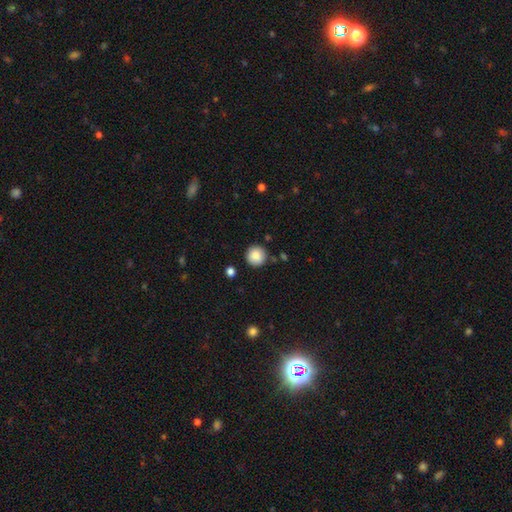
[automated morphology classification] smooth-or-featured: smooth: 87% | star or artifact: 8% | featured or disk: 4%
  how-rounded: round: 94% | in between: 5% | cigar-shaped: 1%
  merging: none: 87% | minor disturbance: 8% | merger: 2% | major disturbance: 2%